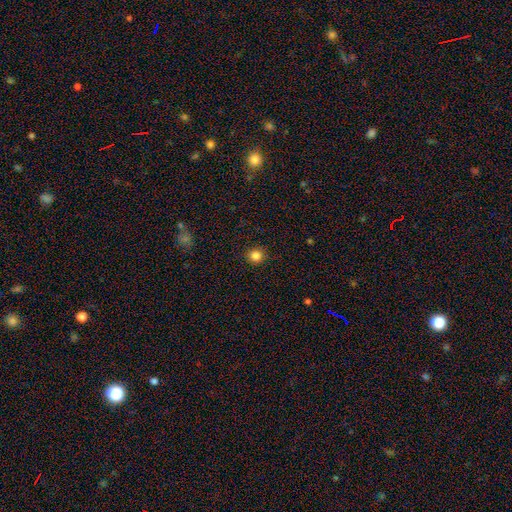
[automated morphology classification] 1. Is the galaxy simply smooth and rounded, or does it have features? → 84% smooth, 12% star or artifact, 4% featured or disk.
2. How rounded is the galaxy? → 90% round, 9% in between, 1% cigar-shaped.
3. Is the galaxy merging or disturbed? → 91% none, 6% minor disturbance, 2% major disturbance, 1% merger.